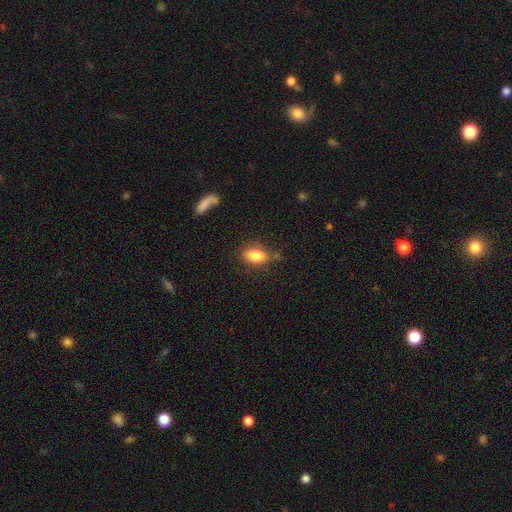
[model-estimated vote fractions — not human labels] A smooth galaxy with no disk features (81%) that is in between round and cigar-shaped (82%). Merging: none (77%).